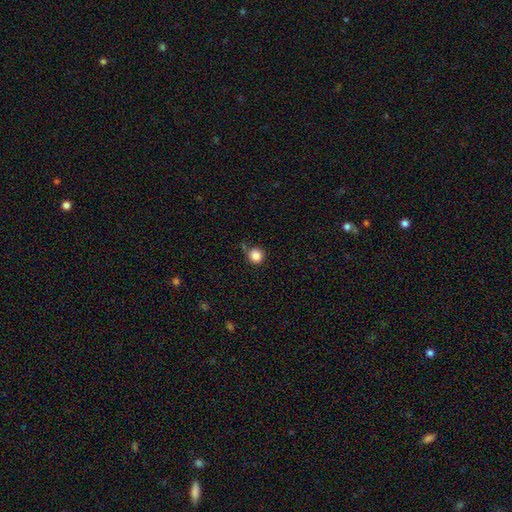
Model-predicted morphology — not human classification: smooth-or-featured: smooth: 86% | star or artifact: 11% | featured or disk: 4%
  how-rounded: round: 94% | in between: 5% | cigar-shaped: 1%
  merging: none: 79% | minor disturbance: 12% | merger: 6% | major disturbance: 3%